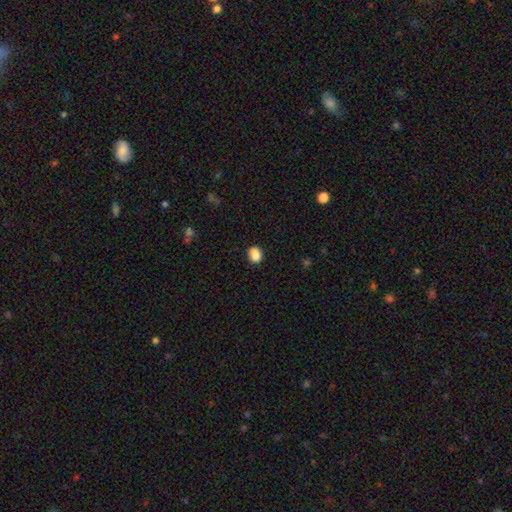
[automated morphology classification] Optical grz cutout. It shows a smooth galaxy with no disk features (84%) that is round (52%). Merging: none (69%).